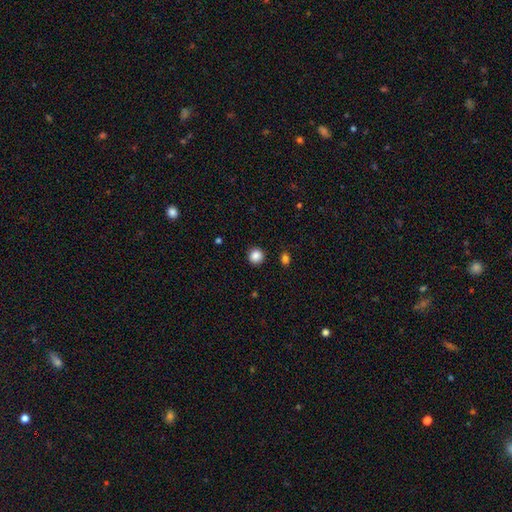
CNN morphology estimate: This is clearly a smooth galaxy (87%). How rounded: clearly round (92%). Merging: clearly none (91%).